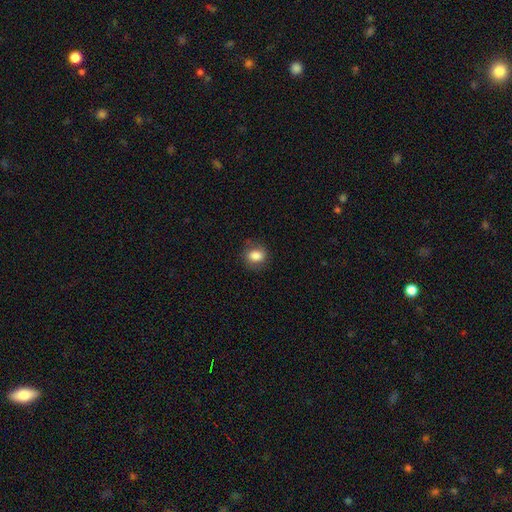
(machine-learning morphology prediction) A smooth galaxy with no disk features (82%) that is round (53%).

Vote fractions:
- Smooth or featured? smooth: 82% / featured or disk: 9% / star or artifact: 9%
- How rounded? round: 53% / in between: 46% / cigar-shaped: 1%
- Merging? none: 77% / minor disturbance: 17% / major disturbance: 5% / merger: 1%